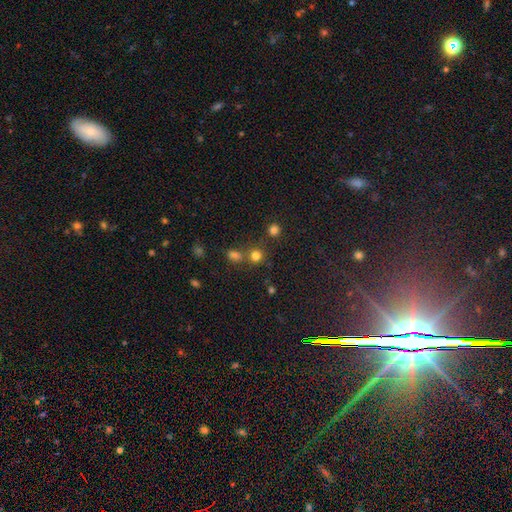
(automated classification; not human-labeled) A smooth galaxy with no disk features (74%) that is round (87%).

Vote fractions:
- Smooth or featured? smooth: 74% / star or artifact: 19% / featured or disk: 7%
- How rounded? round: 87% / in between: 11% / cigar-shaped: 1%
- Merging? none: 69% / merger: 18% / minor disturbance: 9% / major disturbance: 4%